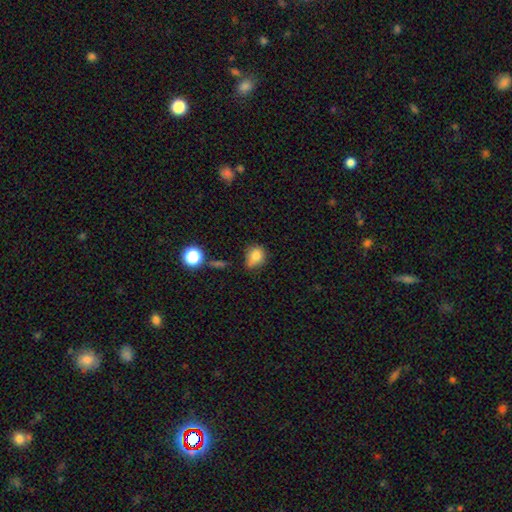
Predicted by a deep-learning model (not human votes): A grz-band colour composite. It shows a smooth galaxy with no disk features (80%) that is round (60%). Merging: none (52%).